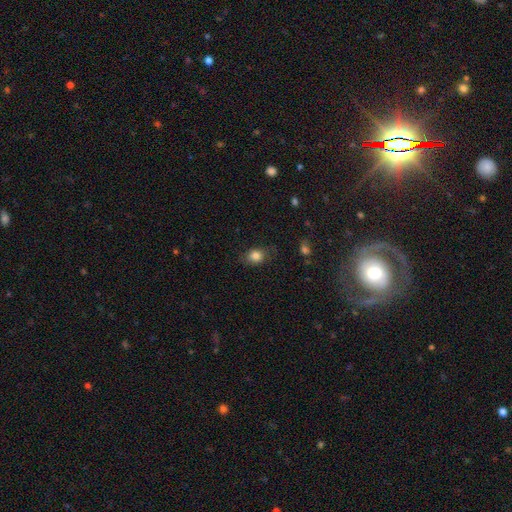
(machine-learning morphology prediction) A smooth galaxy with no disk features (83%) that is in between round and cigar-shaped (53%). Merging: none (75%).